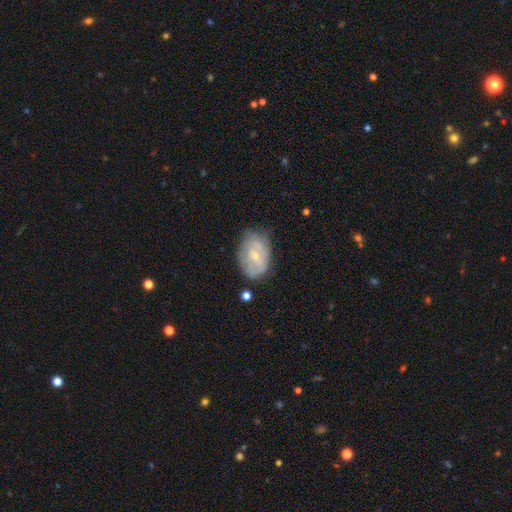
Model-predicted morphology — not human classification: smooth_or_featured: featured or disk (p=0.59) [alt: smooth p=0.34]
disk_edge_on: no (p=0.95) [alt: yes p=0.05]
bar: no (p=0.52) [alt: weak p=0.38]
has_spiral_arms: yes (p=0.60) [alt: no p=0.40]
bulge_size: small (p=0.63) [alt: moderate p=0.33]
merging: none (p=0.61) [alt: minor disturbance p=0.28]